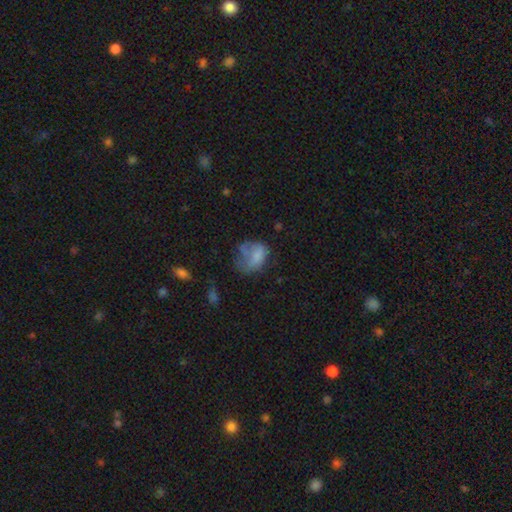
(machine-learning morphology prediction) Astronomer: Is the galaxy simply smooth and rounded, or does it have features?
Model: smooth — 59%.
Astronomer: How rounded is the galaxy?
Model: in between — 62% (runner-up: round, 37%).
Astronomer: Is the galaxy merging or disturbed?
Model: major disturbance — 46% (runner-up: none, 26%).